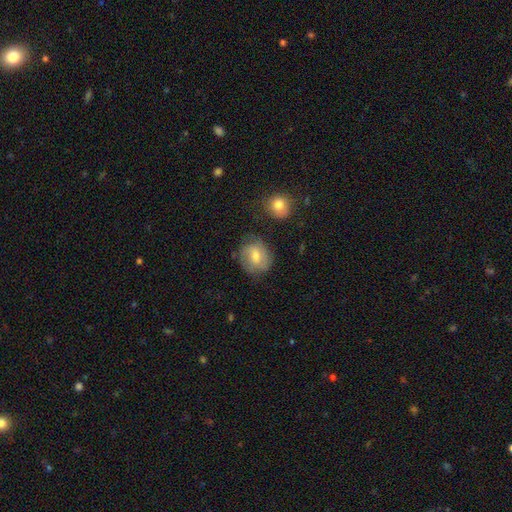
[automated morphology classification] Smooth or featured? Predicted: smooth (p=0.46, tied with featured or disk). Merging? Predicted: none (p=0.71).